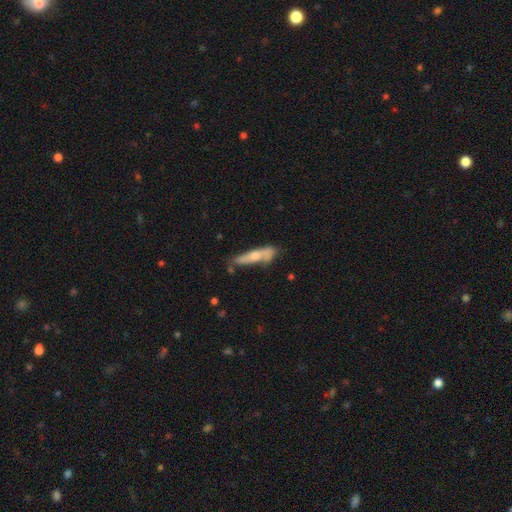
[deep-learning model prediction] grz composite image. It shows a smooth galaxy with no disk features (54%) that is cigar-shaped (79%). Merging: none (56%).